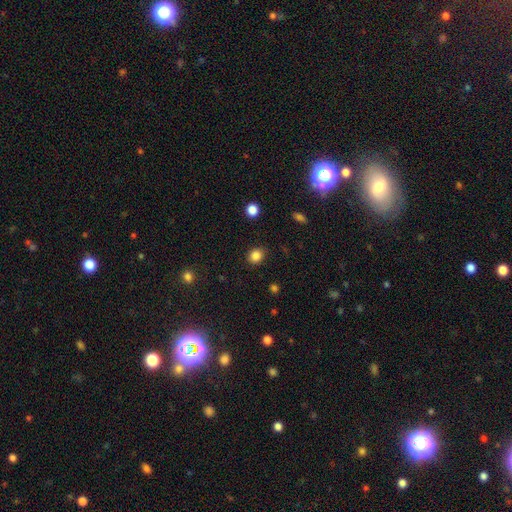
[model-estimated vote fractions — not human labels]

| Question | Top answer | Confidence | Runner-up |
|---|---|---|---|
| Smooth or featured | smooth | 85% | star or artifact (11%) |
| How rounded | round | 66% | in between (33%) |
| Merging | none | 87% | minor disturbance (9%) |